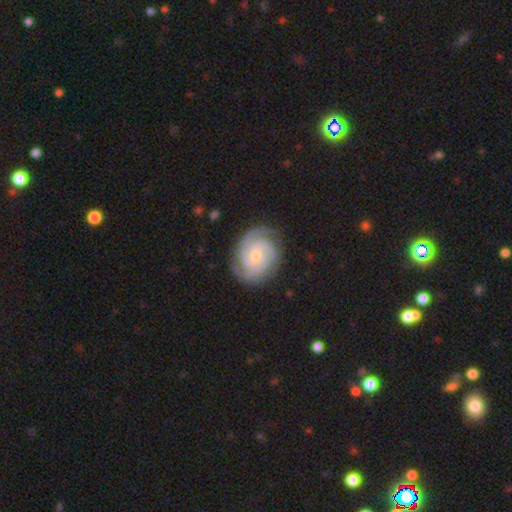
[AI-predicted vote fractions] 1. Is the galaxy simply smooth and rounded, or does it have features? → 90% featured or disk, 6% smooth, 4% star or artifact.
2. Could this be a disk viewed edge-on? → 98% no, 2% yes.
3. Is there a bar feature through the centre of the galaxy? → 64% no, 30% weak, 6% strong.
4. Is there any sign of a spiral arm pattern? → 98% yes, 2% no.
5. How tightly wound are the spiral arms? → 73% tight, 24% medium, 3% loose.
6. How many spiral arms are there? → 45% 3, 18% 4, 15% 2, 12% can't tell, 5% more than 4, 5% 1.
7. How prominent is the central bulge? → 62% small, 34% moderate, 1% none, 1% large, 1% dominant.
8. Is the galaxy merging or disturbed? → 83% none, 13% minor disturbance, 3% major disturbance, 1% merger.